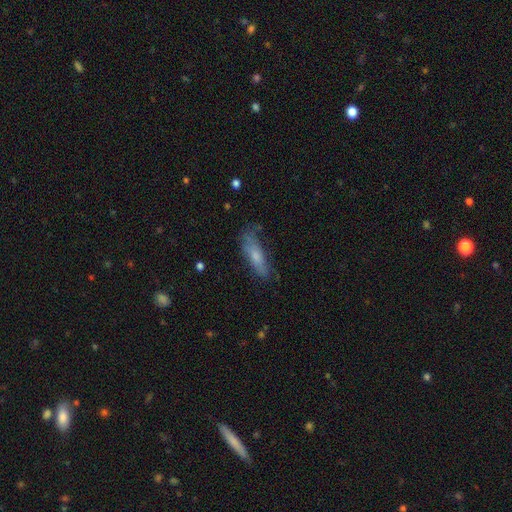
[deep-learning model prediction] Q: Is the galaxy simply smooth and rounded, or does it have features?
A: smooth — 65%.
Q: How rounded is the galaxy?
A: cigar-shaped — 56%.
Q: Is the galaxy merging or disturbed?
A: none — 64%.